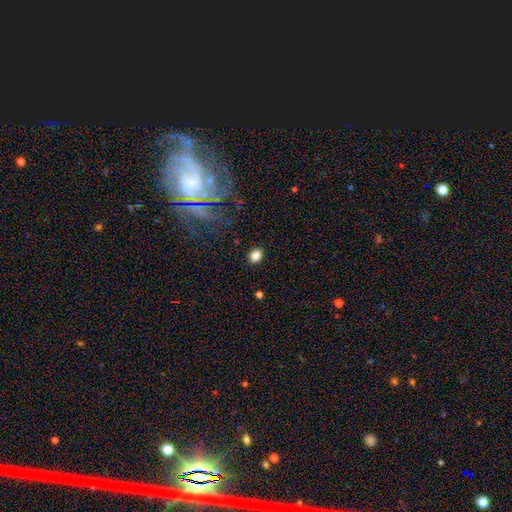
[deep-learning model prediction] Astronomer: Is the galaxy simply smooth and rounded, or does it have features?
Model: smooth — 83%.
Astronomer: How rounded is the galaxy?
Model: round — 52% (runner-up: in between, 47%).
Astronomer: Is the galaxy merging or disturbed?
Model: none — 89%.